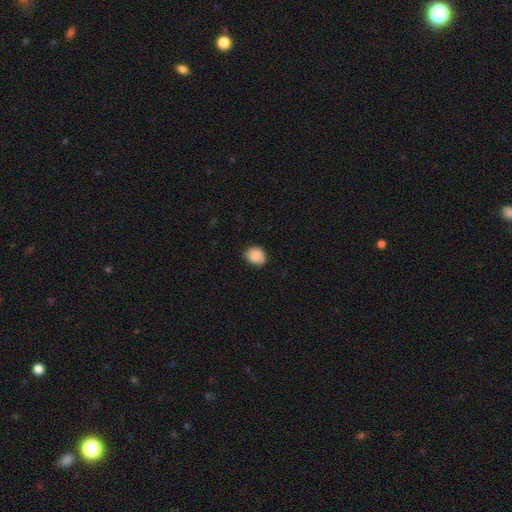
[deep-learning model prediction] Q: Smooth or featured?
A: smooth (86%); runner-up: star or artifact (8%)
Q: How rounded?
A: round (61%); runner-up: in between (38%)
Q: Merging?
A: none (75%); runner-up: minor disturbance (21%)